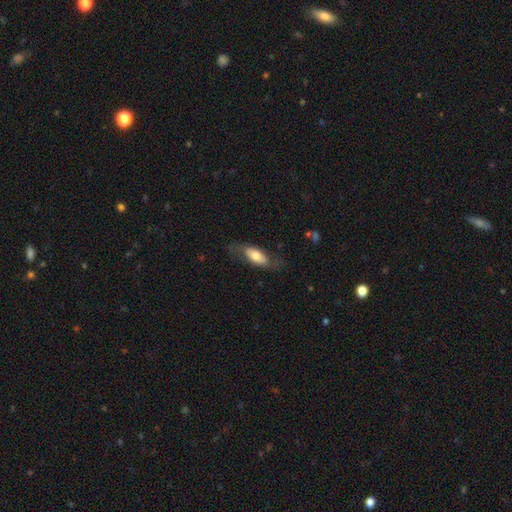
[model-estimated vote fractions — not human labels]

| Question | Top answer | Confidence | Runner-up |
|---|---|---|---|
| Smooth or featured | smooth | 62% | featured or disk (32%) |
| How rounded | in between | 76% | cigar-shaped (21%) |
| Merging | none | 65% | minor disturbance (21%) |